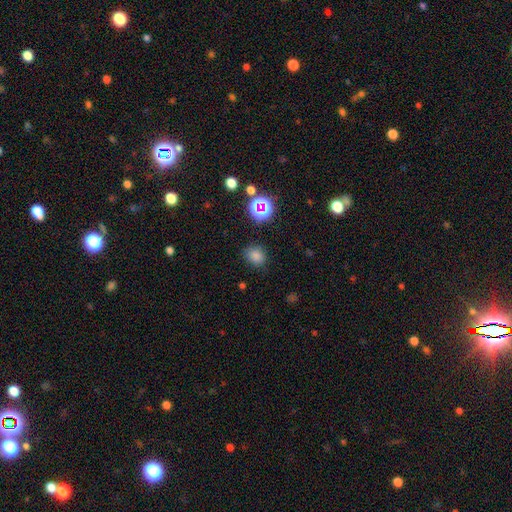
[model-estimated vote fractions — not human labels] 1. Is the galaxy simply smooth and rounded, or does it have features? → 76% smooth, 18% star or artifact, 6% featured or disk.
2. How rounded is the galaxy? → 59% round, 40% in between, 1% cigar-shaped.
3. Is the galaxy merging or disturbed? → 79% none, 14% minor disturbance, 4% major disturbance, 2% merger.